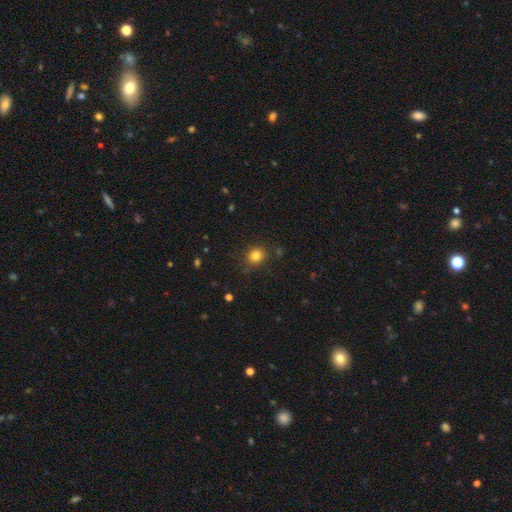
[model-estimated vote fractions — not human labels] Overall: smooth (81%). How rounded: round (67%; in between 32%). Merging: none (84%).